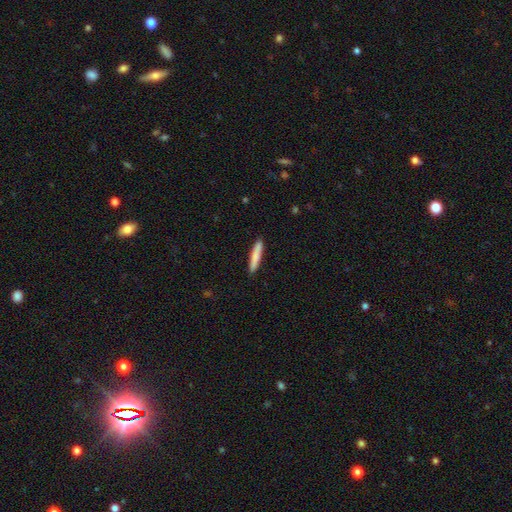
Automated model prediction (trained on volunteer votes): Morphology: type=smooth (79%); roundness=cigar-shaped (92%); merging=none (90%).